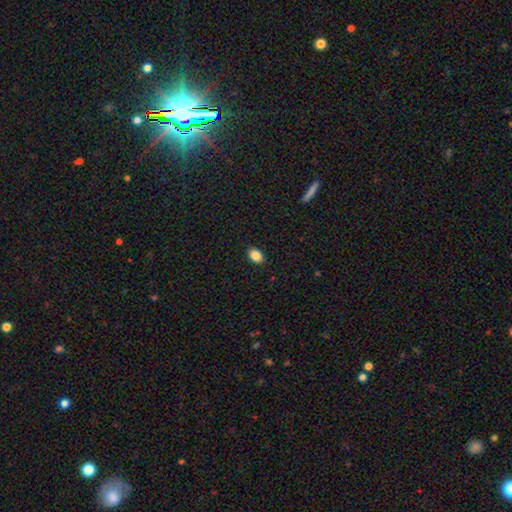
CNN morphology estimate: This appears to be a smooth galaxy with no disk features (87%) that is in between round and cigar-shaped (80%). Merging: none (90%).